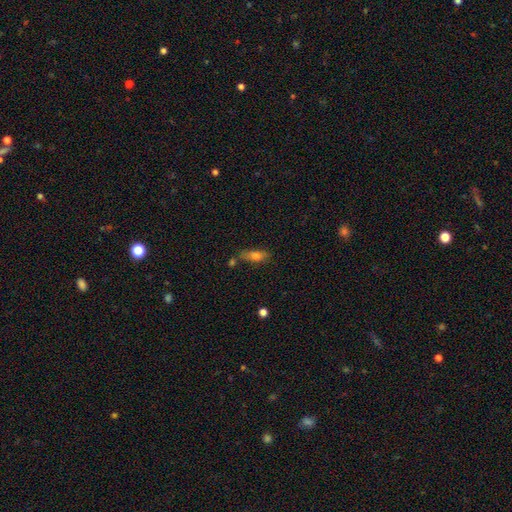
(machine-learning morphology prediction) This is likely a smooth galaxy (71%). How rounded: likely in between (67%). Merging: likely none (62%).